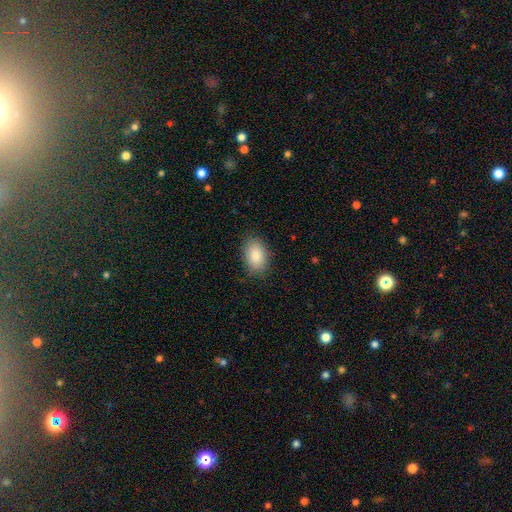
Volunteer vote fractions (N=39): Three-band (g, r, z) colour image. It shows a smooth galaxy with no disk features (97%) that is in between round and cigar-shaped (92%). Merging: none (87%).